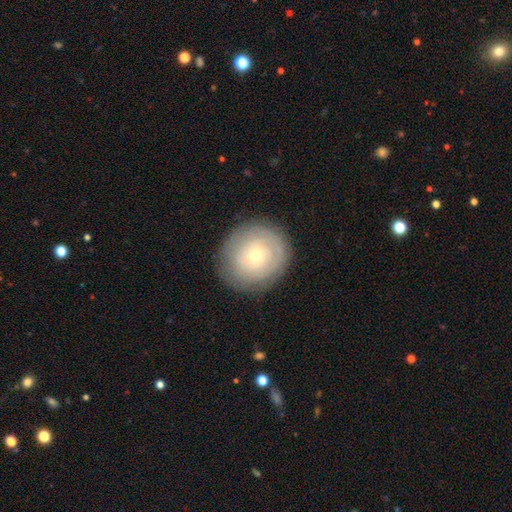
Smooth or featured?
  - featured or disk: 50% *
  - smooth: 40%
  - star or artifact: 10%
Edge-on disk?
  - no: 95% *
  - yes: 5%
Bar?
  - no: 74% *
  - weak: 21%
  - strong: 5%
Spiral arms?
  - yes: 53% *
  - no: 47%
Spiral winding?
  - tight: 100% *
  - medium: 0%
  - loose: 0%
Spiral arm count?
  - can't tell: 60% *
  - 1: 10%
  - 2: 10%
  - 3: 10%
  - more than 4: 10%
  - 4: 0%
Bulge size?
  - small: 63% *
  - moderate: 37%
  - dominant: 0%
  - large: 0%
  - none: 0%
Merging?
  - none: 92% *
  - minor disturbance: 8%
  - major disturbance: 0%
  - merger: 0%